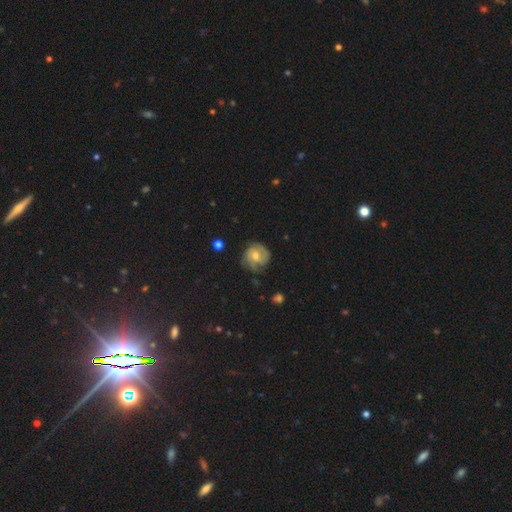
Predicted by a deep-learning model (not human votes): This appears to be a featured or disk galaxy (56%) with no bar (62%), spiral arms (83%) and a moderate central bulge (59%). Merging: none (66%).